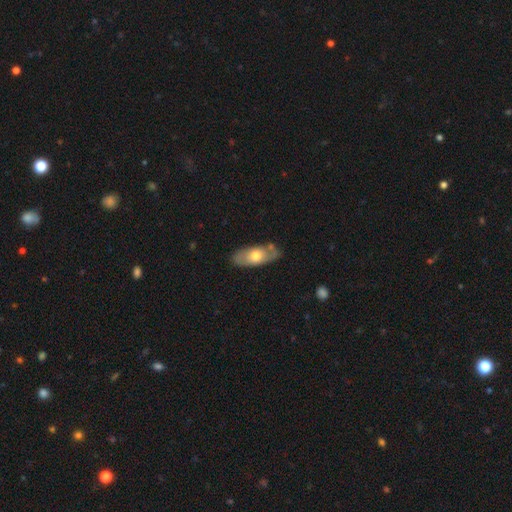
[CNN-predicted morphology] Q: Smooth or featured?
A: smooth (57%); runner-up: featured or disk (38%)
Q: How rounded?
A: in between (82%); runner-up: cigar-shaped (15%)
Q: Merging?
A: none (73%); runner-up: minor disturbance (17%)